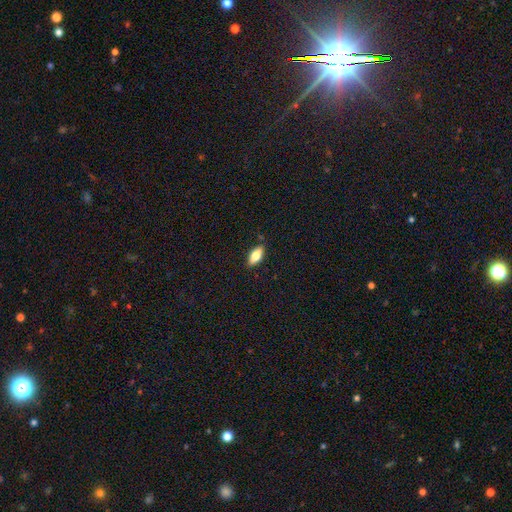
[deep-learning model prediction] Morphology: type=smooth (72%); roundness=in between (82%); merging=none (85%).